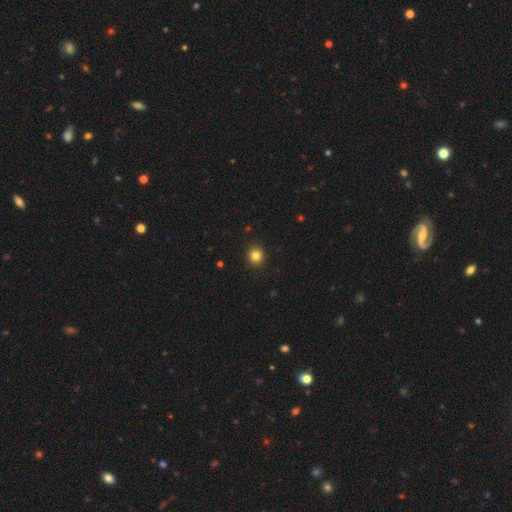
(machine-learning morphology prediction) Smooth or featured?
  - smooth: 83% *
  - star or artifact: 12%
  - featured or disk: 5%
How rounded?
  - round: 86% *
  - in between: 13%
  - cigar-shaped: 1%
Merging?
  - none: 93% *
  - minor disturbance: 5%
  - major disturbance: 2%
  - merger: 1%